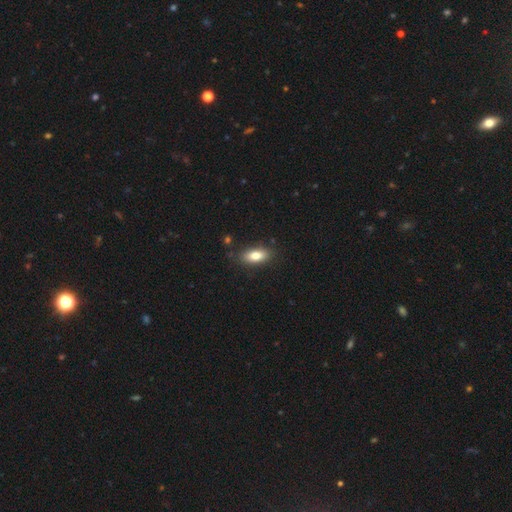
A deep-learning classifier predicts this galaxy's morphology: The model was most divided on "smooth or featured": smooth: 81%, featured or disk: 12%, star or artifact: 7%. More confident: how rounded — in between (85%); merging — none (84%).